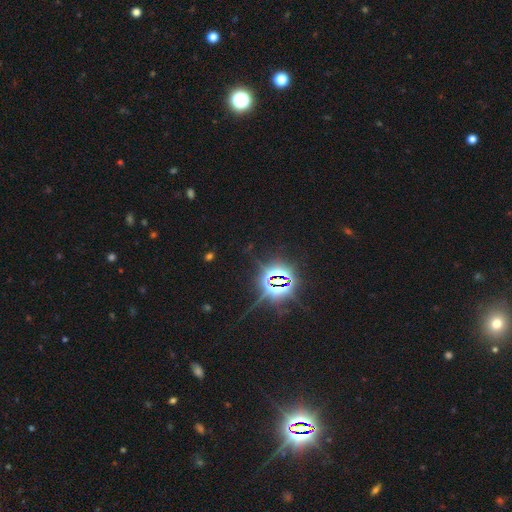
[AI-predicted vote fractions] The model was most divided on "smooth or featured": star or artifact: 83%, smooth: 10%, featured or disk: 7%.